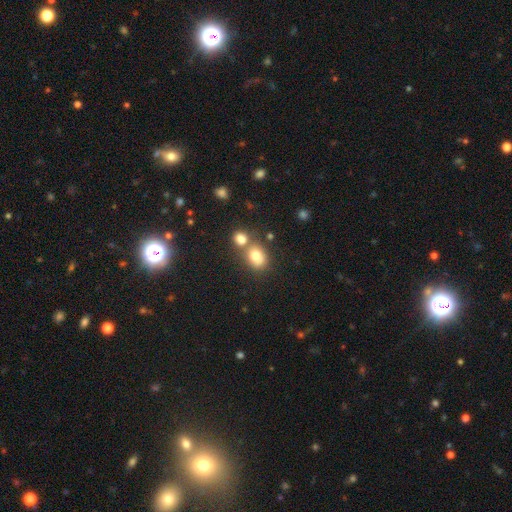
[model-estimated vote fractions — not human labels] Q: Smooth or featured?
A: smooth (77%); runner-up: featured or disk (12%)
Q: How rounded?
A: in between (54%); runner-up: round (45%)
Q: Merging?
A: none (48%); runner-up: merger (37%)